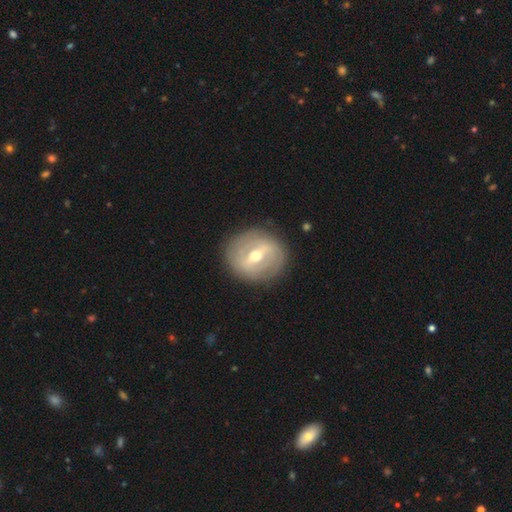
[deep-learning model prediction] featured or disk 76%, smooth 18%, star or artifact 6%. Down the decision tree: edge-on disk — no (93%); bar — strong (53%); spiral arms — yes (61%); bulge size — moderate (66%); merging — none (85%).